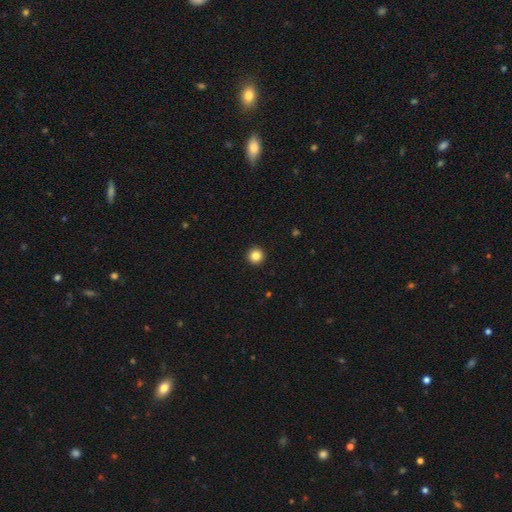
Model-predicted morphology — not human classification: This is clearly a smooth galaxy (85%). How rounded: clearly round (96%). Merging: clearly none (94%).